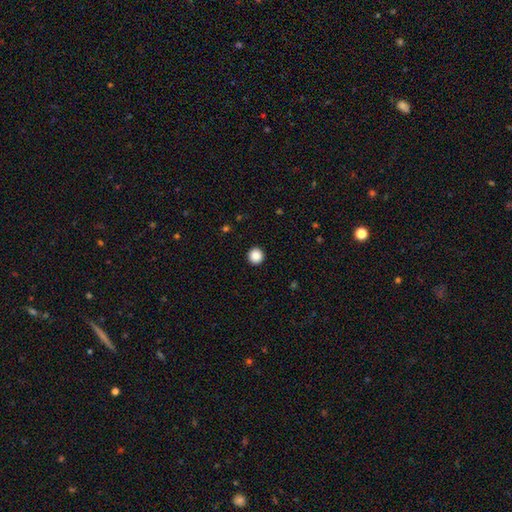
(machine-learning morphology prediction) A smooth galaxy with no disk features (88%) that is round (95%). Merging: none (94%).